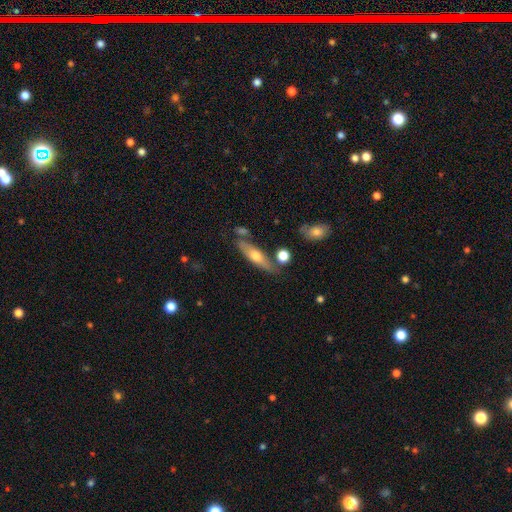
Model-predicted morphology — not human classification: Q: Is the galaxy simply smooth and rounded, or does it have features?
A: smooth — 50%.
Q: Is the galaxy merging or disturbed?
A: none — 72%.